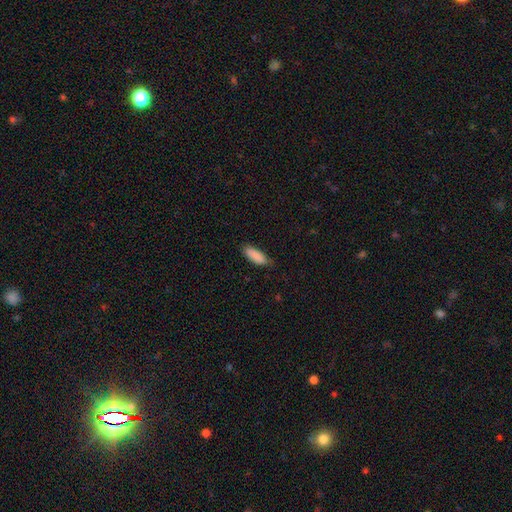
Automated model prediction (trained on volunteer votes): Smooth or featured: smooth — 89% (star or artifact — 6%)
How rounded: in between — 69% (cigar-shaped — 29%)
Merging: none — 76% (minor disturbance — 20%)